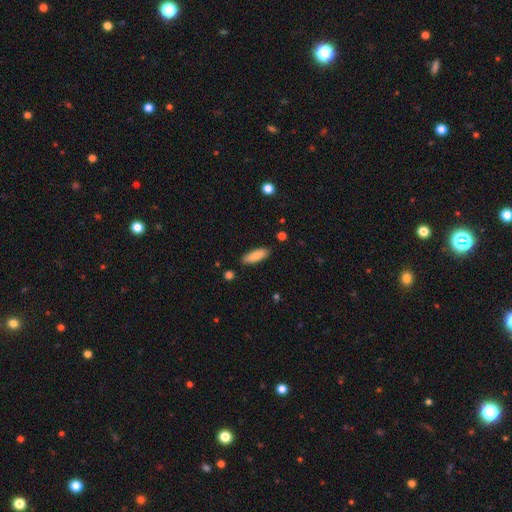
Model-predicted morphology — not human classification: smooth 86%, featured or disk 8%, star or artifact 6%. Down the decision tree: how rounded — in between (58%); merging — none (87%).